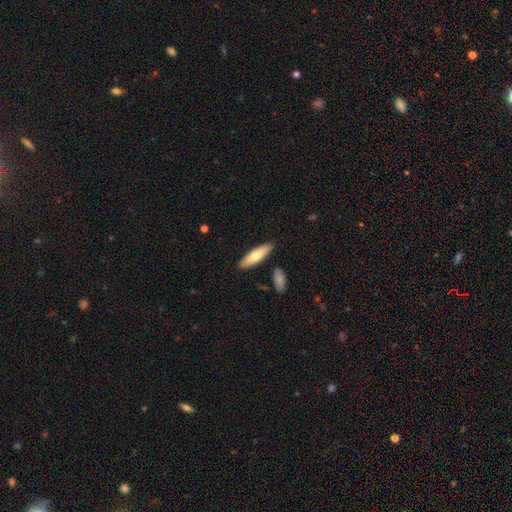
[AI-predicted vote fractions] A smooth galaxy with no disk features (68%) that is cigar-shaped (58%).

Vote fractions:
- Smooth or featured? smooth: 68% / featured or disk: 26% / star or artifact: 5%
- How rounded? cigar-shaped: 58% / in between: 40% / round: 2%
- Merging? none: 86% / minor disturbance: 8% / merger: 4% / major disturbance: 2%